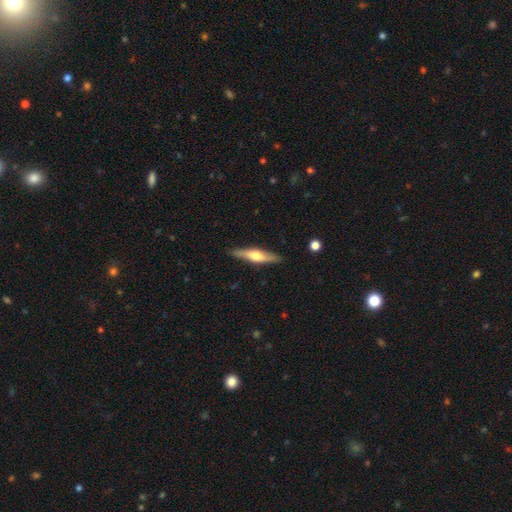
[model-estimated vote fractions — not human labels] A featured or disk galaxy (57%) viewed edge-on (95%) with a rounded central bulge (89%).

Vote fractions:
- Smooth or featured? featured or disk: 57% / smooth: 37% / star or artifact: 5%
- Edge-on disk? yes: 95% / no: 5%
- Edge-on bulge? rounded: 89% / boxy: 7% / none: 4%
- Merging? none: 88% / minor disturbance: 9% / major disturbance: 2% / merger: 1%